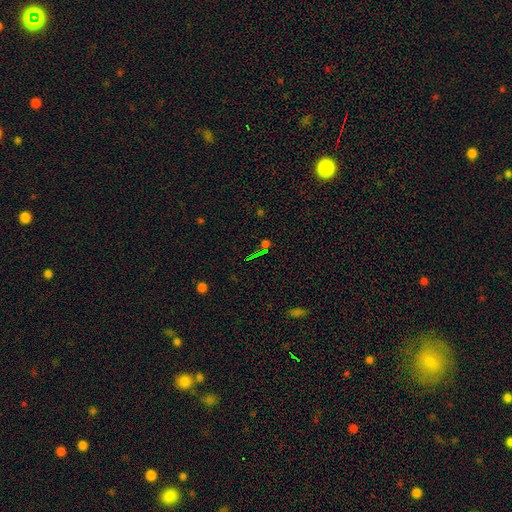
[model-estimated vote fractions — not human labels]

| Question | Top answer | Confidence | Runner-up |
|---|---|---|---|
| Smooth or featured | star or artifact | 65% | smooth (21%) |